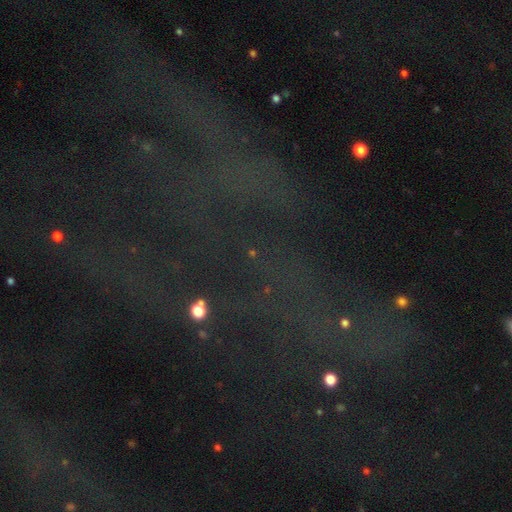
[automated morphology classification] Smooth or featured? Predicted: star or artifact (p=0.68).